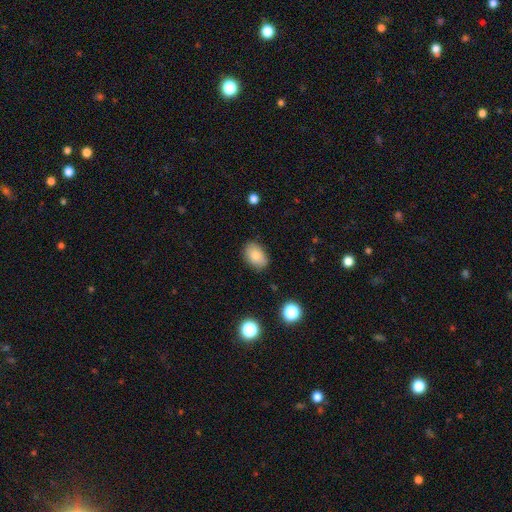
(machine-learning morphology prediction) smooth 83%, star or artifact 8%, featured or disk 8%. Down the decision tree: how rounded — in between (85%); merging — none (82%).